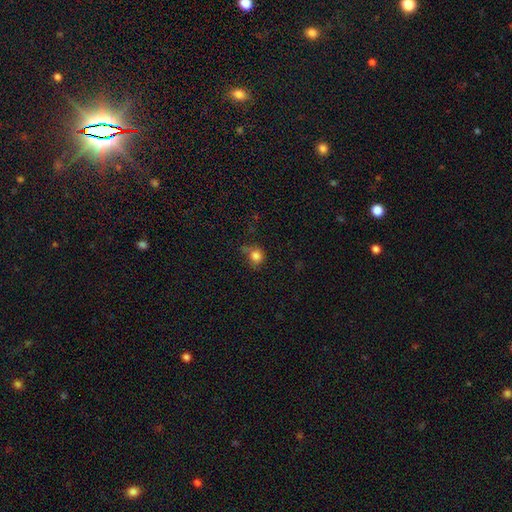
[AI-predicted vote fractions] This is clearly a smooth galaxy (81%). How rounded: likely round (78%). Merging: possibly none (47%).